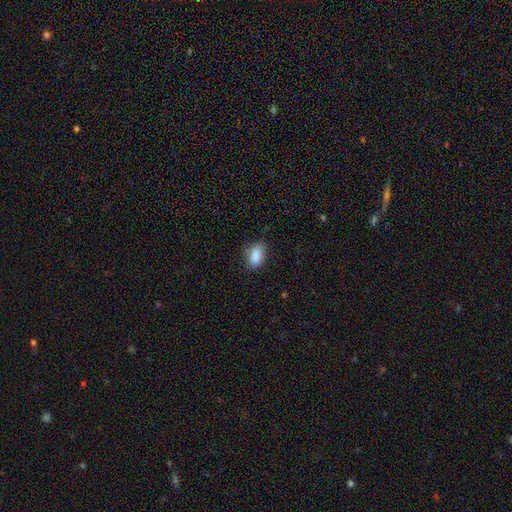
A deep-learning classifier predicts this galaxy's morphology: Smooth or featured?
  - smooth: 89% *
  - star or artifact: 8%
  - featured or disk: 4%
How rounded?
  - in between: 90% *
  - round: 7%
  - cigar-shaped: 3%
Merging?
  - none: 76% *
  - minor disturbance: 19%
  - major disturbance: 4%
  - merger: 1%